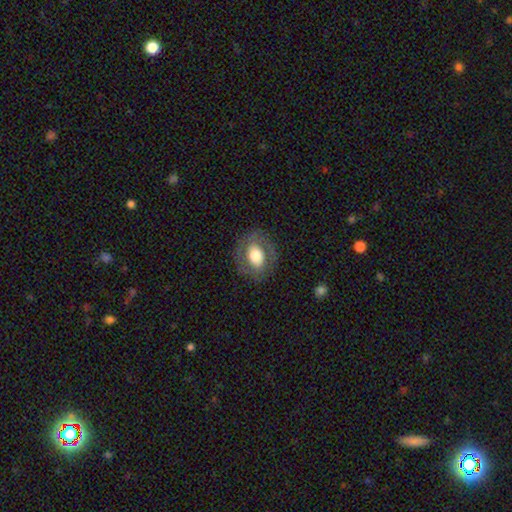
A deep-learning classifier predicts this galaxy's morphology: smooth-or-featured: smooth: 53% | featured or disk: 39% | star or artifact: 8%
  how-rounded: in between: 59% | round: 40% | cigar-shaped: 1%
  merging: none: 80% | minor disturbance: 13% | major disturbance: 6% | merger: 1%